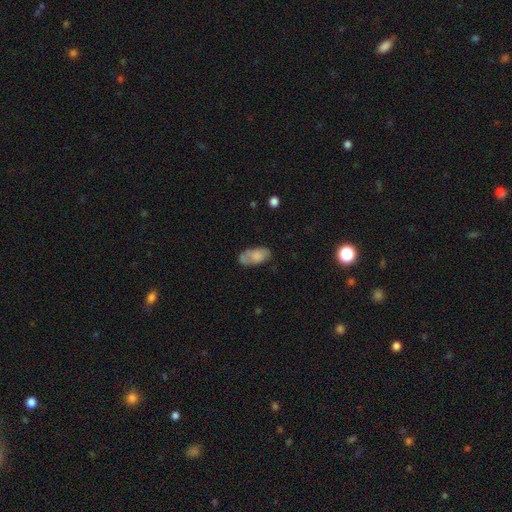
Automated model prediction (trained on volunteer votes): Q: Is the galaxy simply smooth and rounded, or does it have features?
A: smooth — 72%.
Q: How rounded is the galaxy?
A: in between — 92%.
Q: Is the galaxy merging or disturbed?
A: none — 49%.